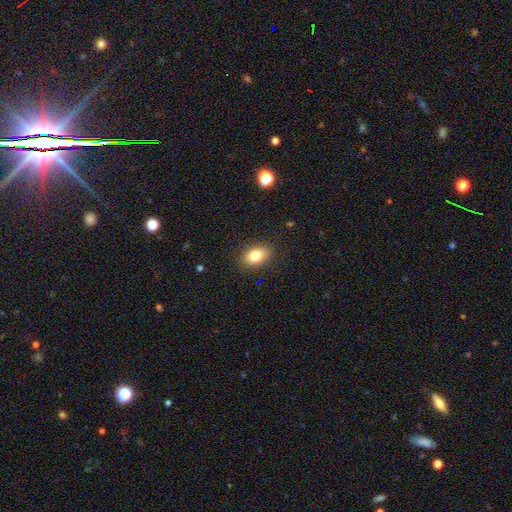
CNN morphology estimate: Smooth or featured: smooth — 82% (featured or disk — 9%)
How rounded: in between — 83% (round — 16%)
Merging: none — 87% (minor disturbance — 9%)